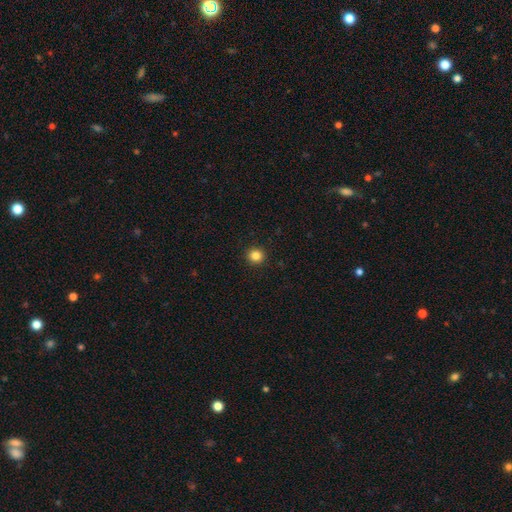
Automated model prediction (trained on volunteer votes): Q: Smooth or featured?
A: smooth (84%); runner-up: star or artifact (12%)
Q: How rounded?
A: round (94%); runner-up: in between (5%)
Q: Merging?
A: none (93%); runner-up: minor disturbance (4%)